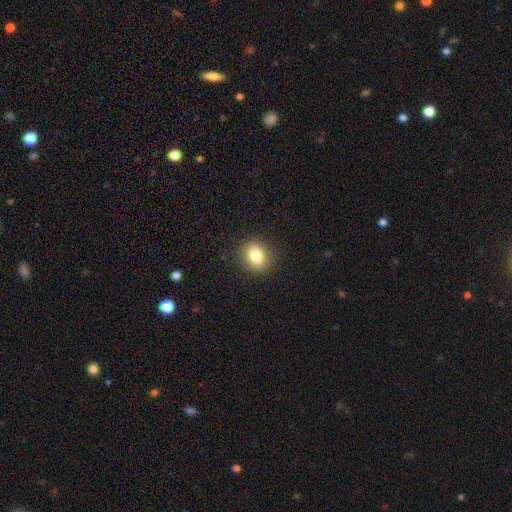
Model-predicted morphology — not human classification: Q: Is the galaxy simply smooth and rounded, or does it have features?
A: smooth — 83%.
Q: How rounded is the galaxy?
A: round — 50%.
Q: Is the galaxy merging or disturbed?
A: none — 88%.